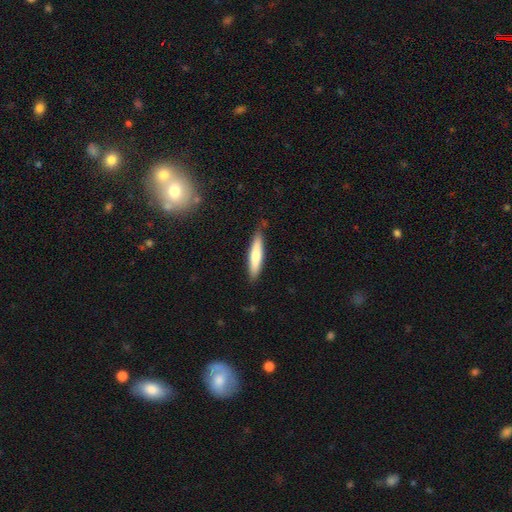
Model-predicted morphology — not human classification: smooth 72%, featured or disk 23%, star or artifact 5%. Down the decision tree: how rounded — cigar-shaped (86%); merging — none (83%).